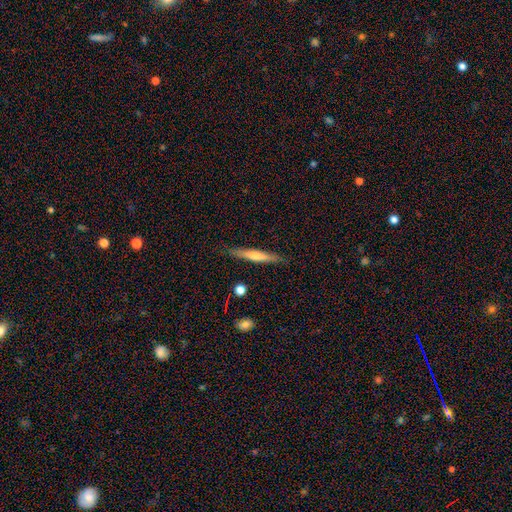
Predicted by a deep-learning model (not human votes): Q: Smooth or featured?
A: featured or disk (52%); runner-up: smooth (42%)
Q: Edge-on disk?
A: yes (95%); runner-up: no (5%)
Q: Merging?
A: none (88%); runner-up: minor disturbance (9%)